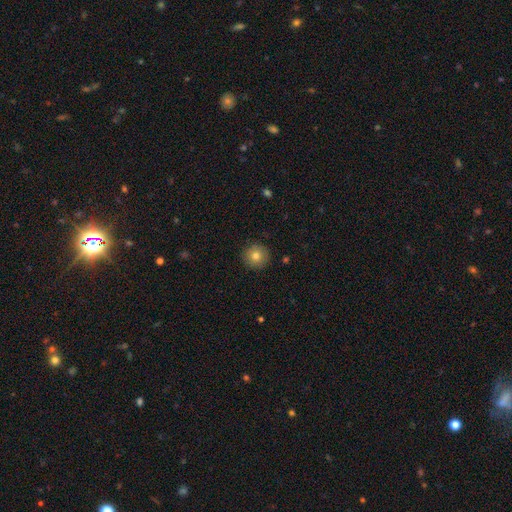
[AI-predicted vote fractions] The model was most divided on "smooth or featured": smooth: 81%, featured or disk: 10%, star or artifact: 9%. More confident: how rounded — round (95%); merging — none (91%).